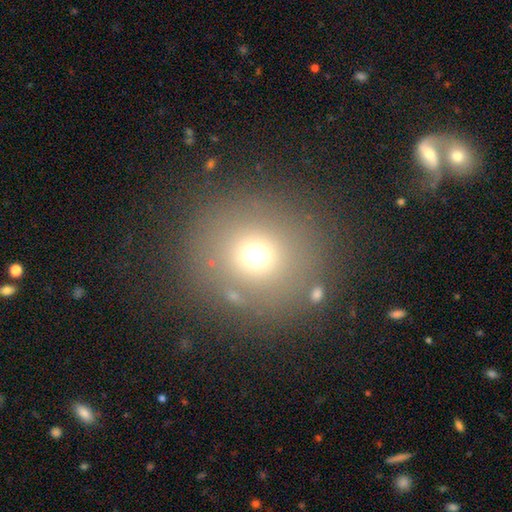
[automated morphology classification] The model was most divided on "smooth or featured": smooth: 68%, star or artifact: 20%, featured or disk: 12%. More confident: how rounded — round (89%); merging — none (84%).